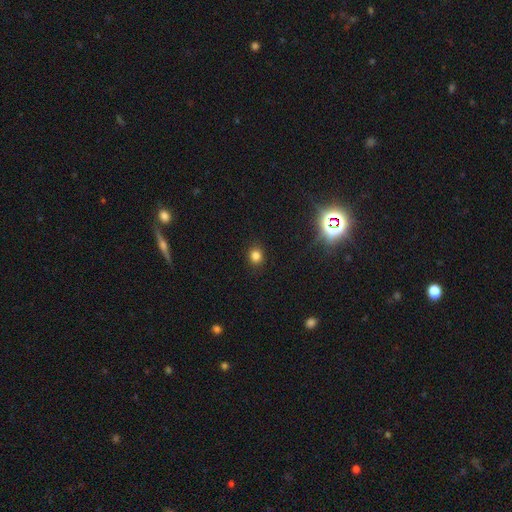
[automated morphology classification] A smooth galaxy with no disk features (80%) that is round (76%).

Vote fractions:
- Smooth or featured? smooth: 80% / star or artifact: 15% / featured or disk: 5%
- How rounded? round: 76% / in between: 23% / cigar-shaped: 1%
- Merging? none: 89% / minor disturbance: 8% / major disturbance: 2% / merger: 1%